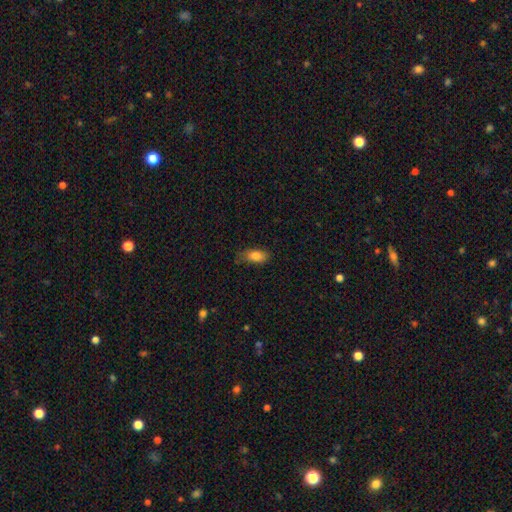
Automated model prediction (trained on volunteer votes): smooth 82%, featured or disk 10%, star or artifact 8%. Down the decision tree: how rounded — in between (86%); merging — none (68%).